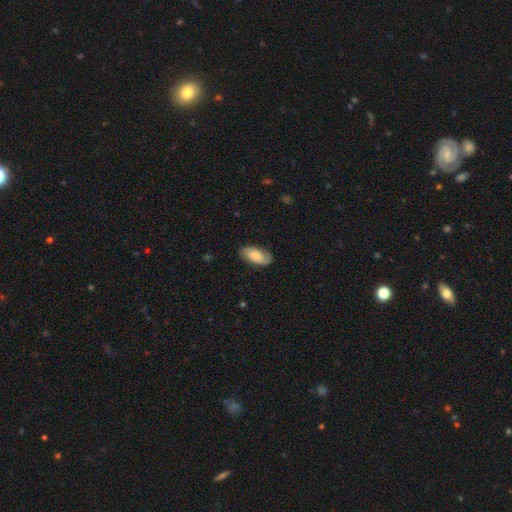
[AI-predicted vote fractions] The model was most divided on "smooth or featured": featured or disk: 48%, smooth: 45%, star or artifact: 7%. More confident: merging — none (79%).